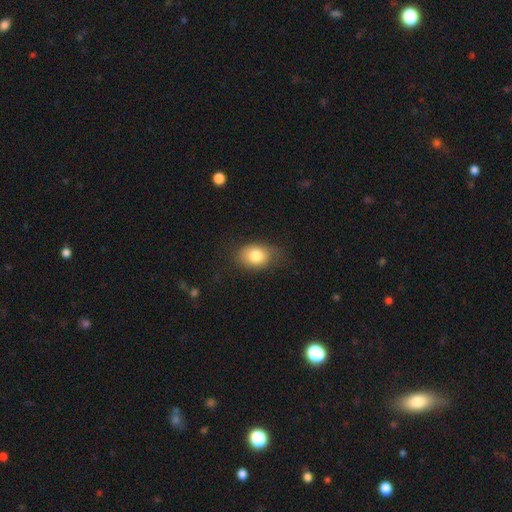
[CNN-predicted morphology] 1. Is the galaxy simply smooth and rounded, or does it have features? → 80% smooth, 11% featured or disk, 8% star or artifact.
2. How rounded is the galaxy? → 70% in between, 29% round, 1% cigar-shaped.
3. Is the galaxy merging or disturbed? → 70% none, 22% minor disturbance, 7% major disturbance, 1% merger.